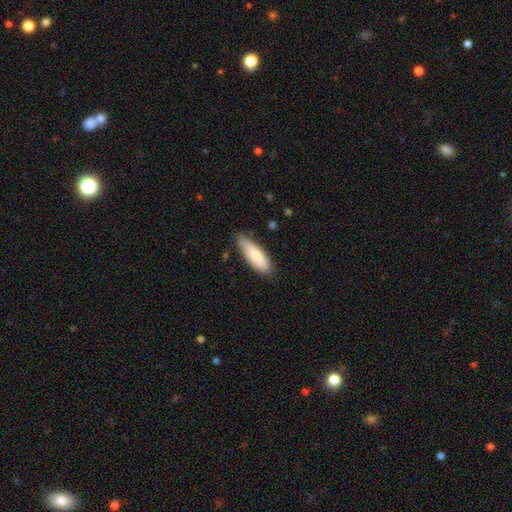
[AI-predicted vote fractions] A smooth galaxy with no disk features (82%) that is in between round and cigar-shaped (58%).

Vote fractions:
- Smooth or featured? smooth: 82% / featured or disk: 13% / star or artifact: 6%
- How rounded? in between: 58% / cigar-shaped: 41% / round: 2%
- Merging? none: 75% / minor disturbance: 20% / major disturbance: 3% / merger: 2%